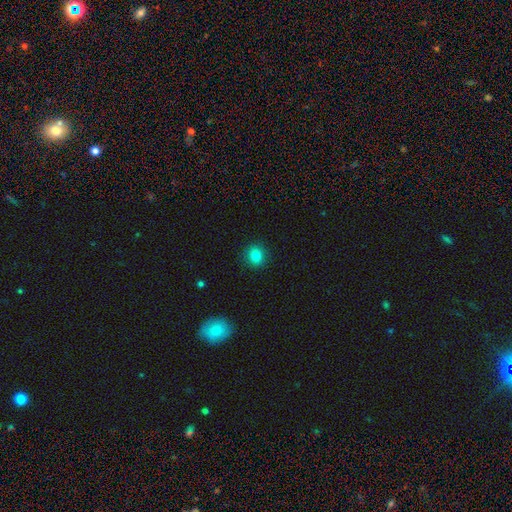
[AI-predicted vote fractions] This is clearly a smooth galaxy (83%). How rounded: clearly round (84%). Merging: clearly none (91%).